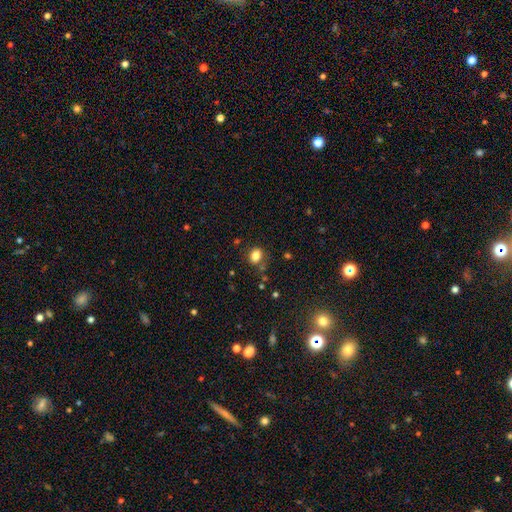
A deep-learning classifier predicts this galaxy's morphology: Overall: smooth (83%). How rounded: in between (53%; round 46%). Merging: none (78%).